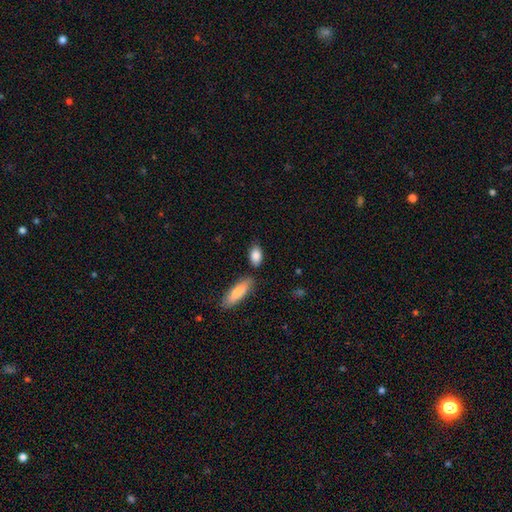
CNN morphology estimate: This appears to be a smooth galaxy with no disk features (87%) that is in between round and cigar-shaped (89%). Merging: none (74%).